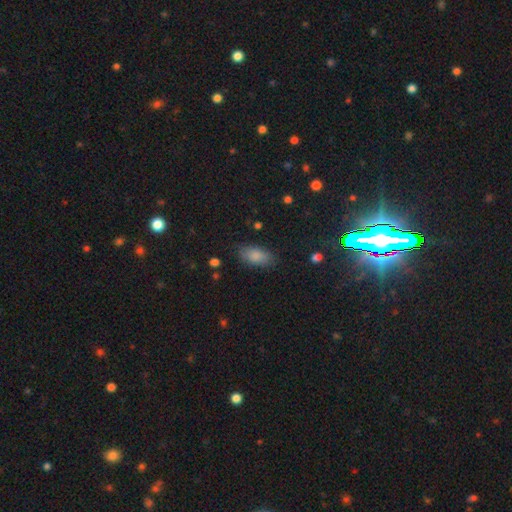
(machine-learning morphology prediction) type=smooth (85%); roundness=in between (91%); merging=none (81%).